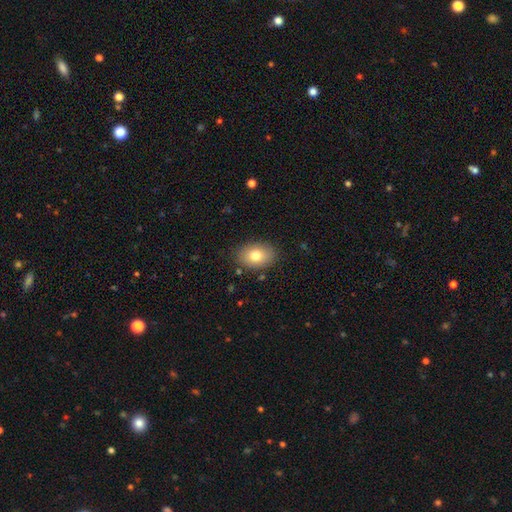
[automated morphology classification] A smooth galaxy with no disk features (78%) that is in between round and cigar-shaped (81%).

Vote fractions:
- Smooth or featured? smooth: 78% / featured or disk: 14% / star or artifact: 8%
- How rounded? in between: 81% / round: 18% / cigar-shaped: 1%
- Merging? none: 85% / minor disturbance: 11% / major disturbance: 3% / merger: 1%